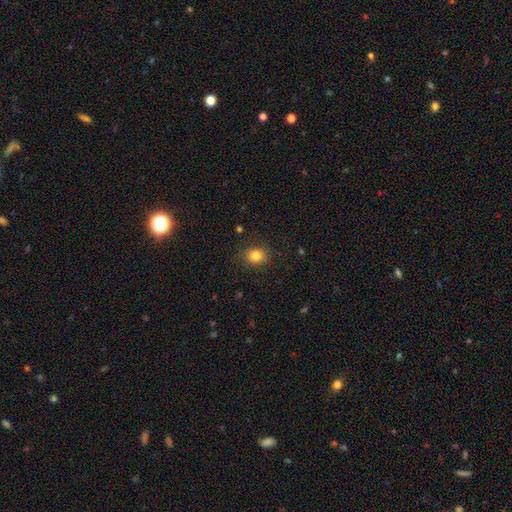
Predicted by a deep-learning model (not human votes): A smooth galaxy with no disk features (83%) that is round (70%).

Vote fractions:
- Smooth or featured? smooth: 83% / star or artifact: 11% / featured or disk: 6%
- How rounded? round: 70% / in between: 29% / cigar-shaped: 1%
- Merging? none: 87% / minor disturbance: 9% / major disturbance: 3% / merger: 1%